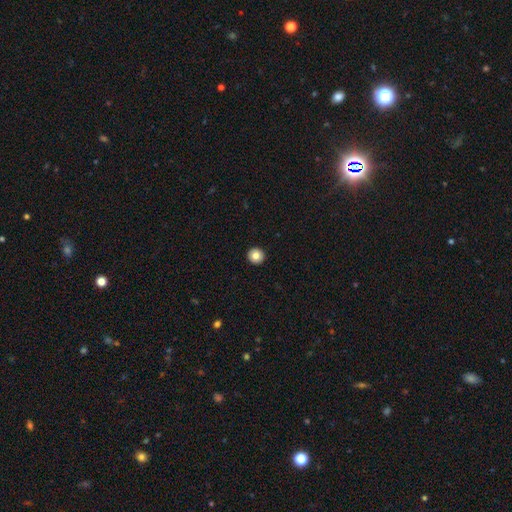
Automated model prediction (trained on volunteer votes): smooth 82%, star or artifact 9%, featured or disk 9%. Down the decision tree: how rounded — round (95%); merging — none (94%).